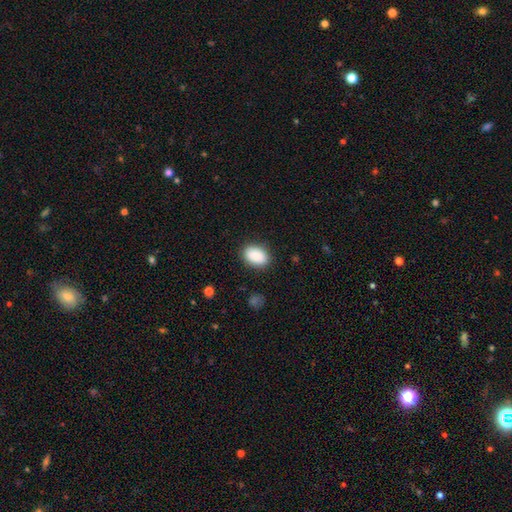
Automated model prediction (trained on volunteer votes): Smooth or featured? Predicted: smooth (p=0.90). How rounded? Predicted: in between (p=0.87). Merging? Predicted: none (p=0.87).